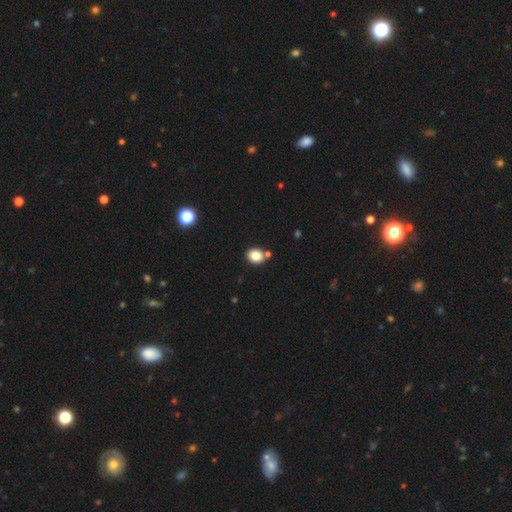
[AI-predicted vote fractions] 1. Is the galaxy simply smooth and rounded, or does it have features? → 84% smooth, 10% star or artifact, 6% featured or disk.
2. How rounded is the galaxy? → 59% round, 40% in between, 1% cigar-shaped.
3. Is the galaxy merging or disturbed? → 74% none, 14% merger, 10% minor disturbance, 3% major disturbance.